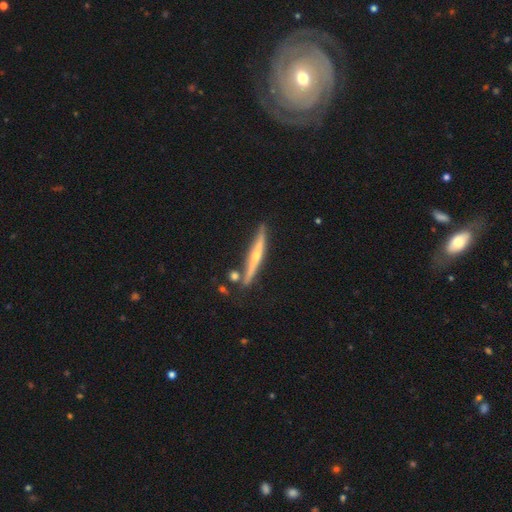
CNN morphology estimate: Overall: featured or disk (73%). Edge-on disk: yes (97%). Edge-on bulge: rounded (78%). Merging: none (81%).